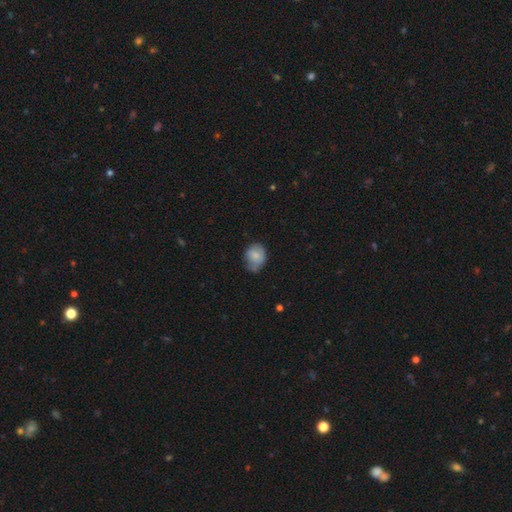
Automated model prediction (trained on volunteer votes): This appears to be a smooth galaxy with no disk features (75%) that is in between round and cigar-shaped (54%). Merging: none (50%).